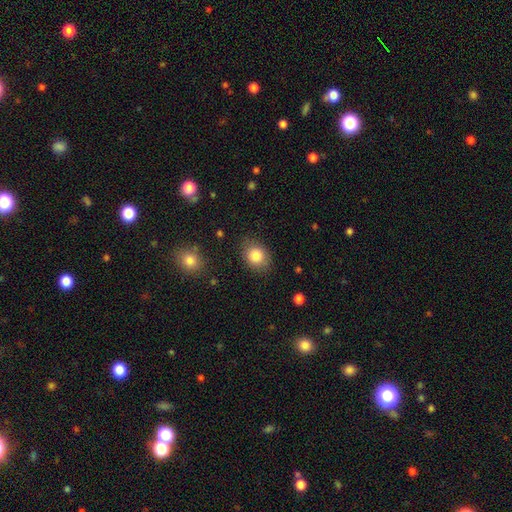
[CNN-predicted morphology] The model was most divided on "how rounded": in between: 53%, round: 46%, cigar-shaped: 1%. More confident: smooth or featured — smooth (84%); merging — none (82%).